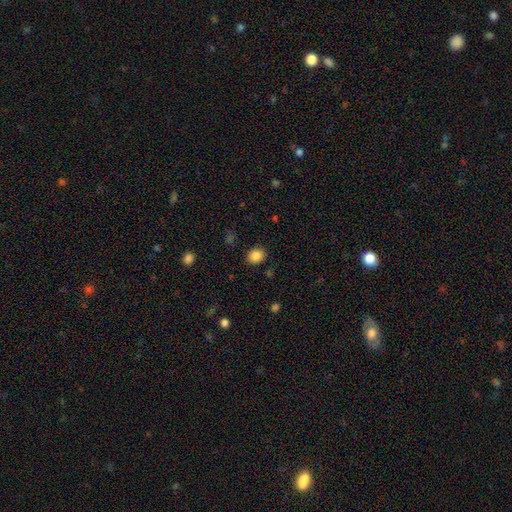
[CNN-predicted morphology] Q: Smooth or featured?
A: smooth (86%); runner-up: star or artifact (10%)
Q: How rounded?
A: round (58%); runner-up: in between (41%)
Q: Merging?
A: none (86%); runner-up: minor disturbance (10%)